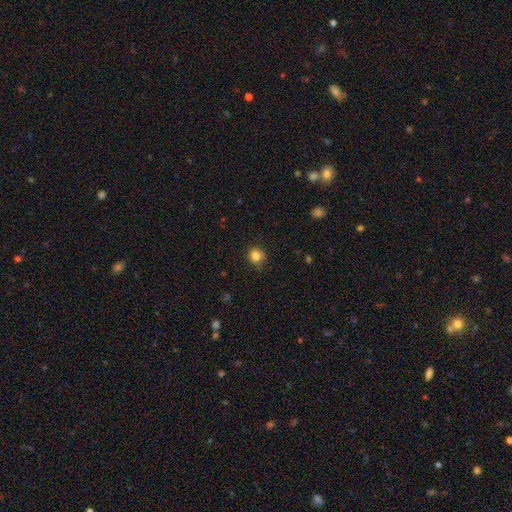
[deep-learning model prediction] A smooth galaxy with no disk features (83%) that is round (87%).

Vote fractions:
- Smooth or featured? smooth: 83% / star or artifact: 12% / featured or disk: 5%
- How rounded? round: 87% / in between: 12% / cigar-shaped: 1%
- Merging? none: 78% / minor disturbance: 17% / major disturbance: 3% / merger: 1%